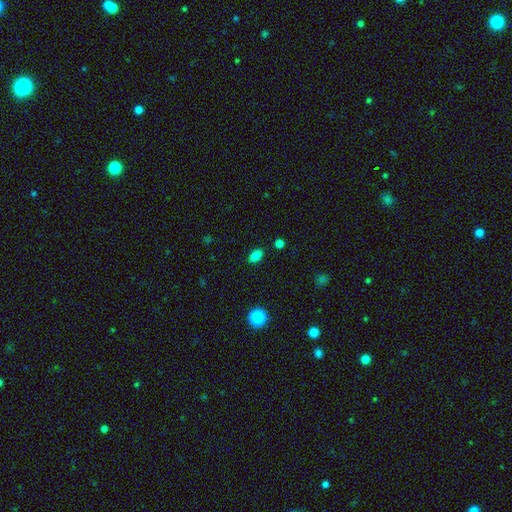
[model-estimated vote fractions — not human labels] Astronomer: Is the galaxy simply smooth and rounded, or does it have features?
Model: smooth — 83%.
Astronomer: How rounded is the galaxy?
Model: in between — 86%.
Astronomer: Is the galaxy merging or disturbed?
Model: none — 86%.